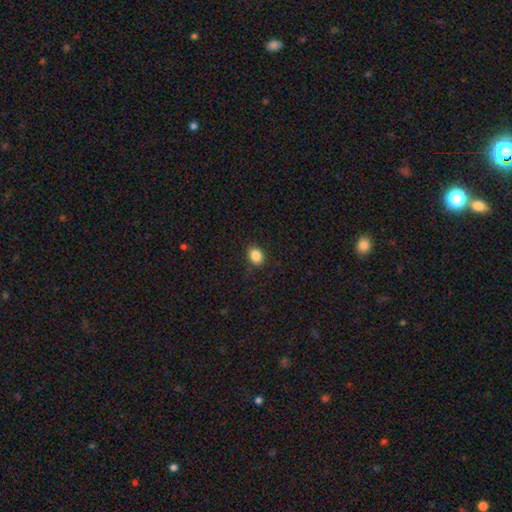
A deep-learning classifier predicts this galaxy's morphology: Smooth or featured: smooth — 86% (star or artifact — 10%)
How rounded: in between — 52% (round — 47%)
Merging: none — 84% (minor disturbance — 12%)